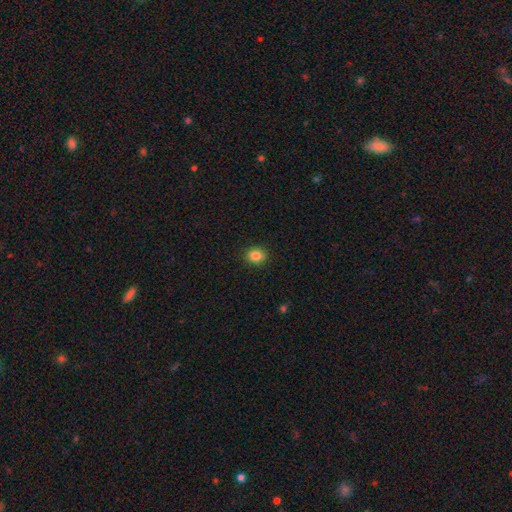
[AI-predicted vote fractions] This appears to be a smooth galaxy with no disk features (85%) that is round (67%). Merging: none (91%).